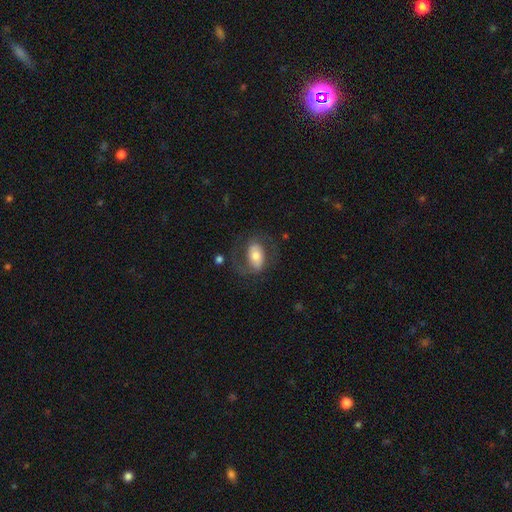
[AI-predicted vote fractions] Smooth or featured? featured or disk (53%)
Edge-on disk? no (95%)
Bar? no (37%)
Spiral arms? yes (77%)
Bulge size? moderate (54%)
Merging? none (59%)